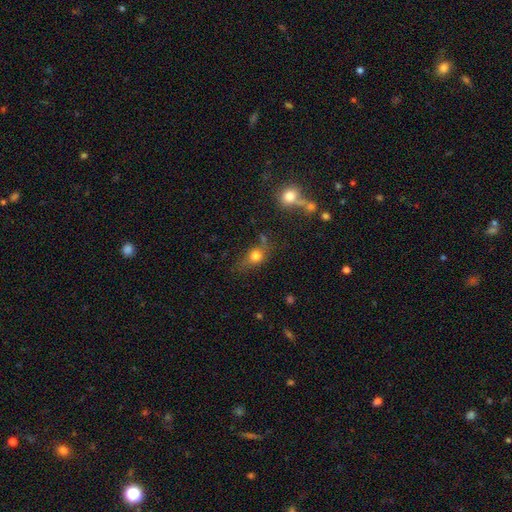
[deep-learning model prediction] Q: Smooth or featured?
A: smooth (73%); runner-up: star or artifact (14%)
Q: How rounded?
A: round (52%); runner-up: in between (43%)
Q: Merging?
A: none (55%); runner-up: minor disturbance (22%)